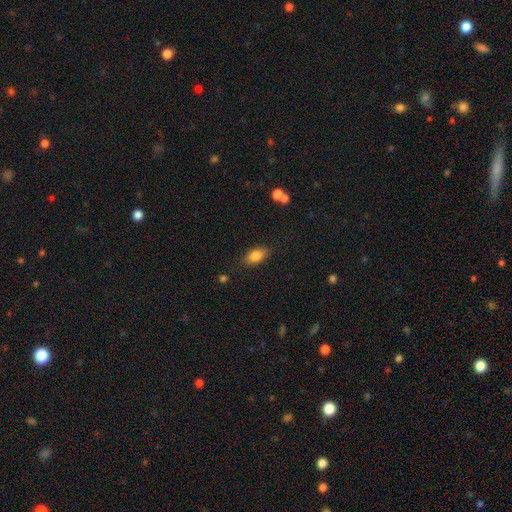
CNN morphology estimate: A smooth galaxy with no disk features (83%) that is in between round and cigar-shaped (88%). Merging: none (82%).